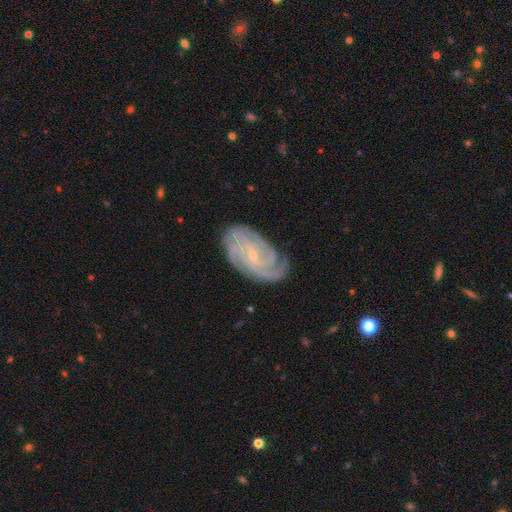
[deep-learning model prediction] Morphology: type=featured or disk (83%); edge-on=no (96%); bar=no (54%); spiral arms=yes (97%); winding=tight (68%); arm count=3 (26%); bulge=small (78%); merging=none (79%).